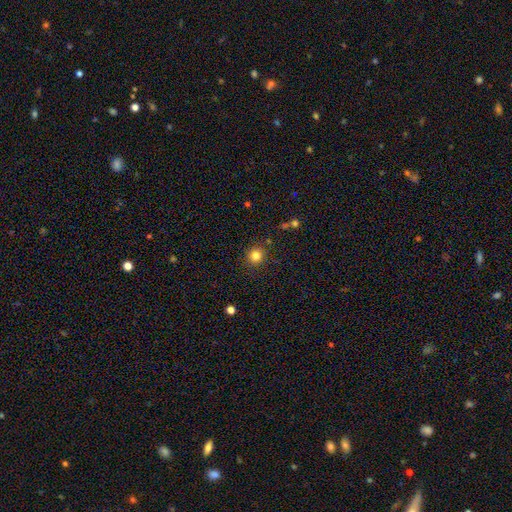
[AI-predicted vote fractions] The model was most divided on "smooth or featured": smooth: 82%, star or artifact: 13%, featured or disk: 5%. More confident: how rounded — round (90%); merging — none (88%).